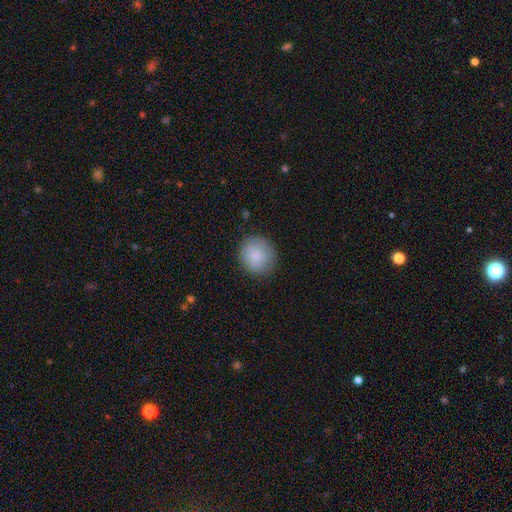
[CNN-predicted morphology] type=smooth (85%); roundness=round (89%); merging=none (85%).